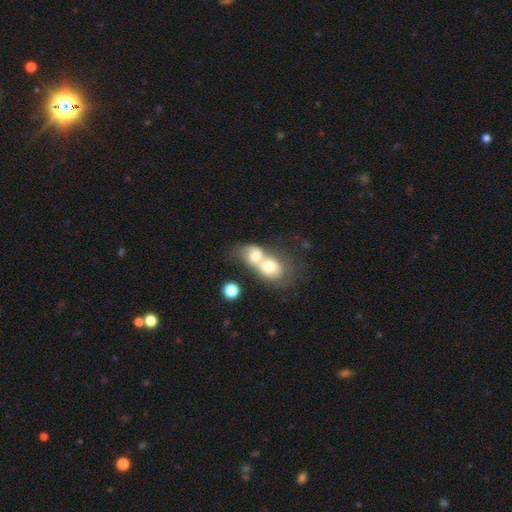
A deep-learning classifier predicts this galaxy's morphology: Q: Smooth or featured?
A: smooth (59%); runner-up: featured or disk (32%)
Q: How rounded?
A: in between (54%); runner-up: round (44%)
Q: Merging?
A: merger (83%); runner-up: none (8%)